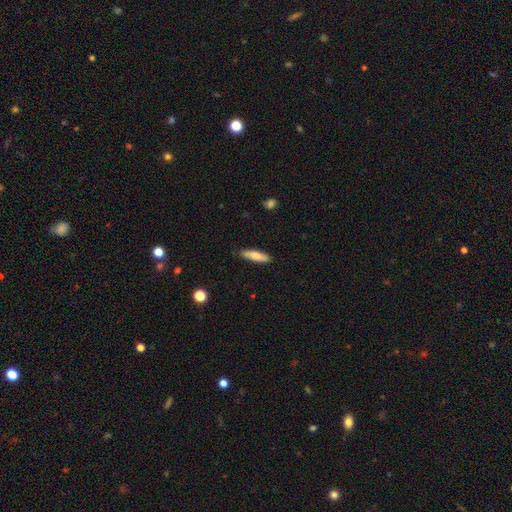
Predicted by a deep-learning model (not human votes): A smooth galaxy with no disk features (77%) that is cigar-shaped (68%). Merging: none (87%).